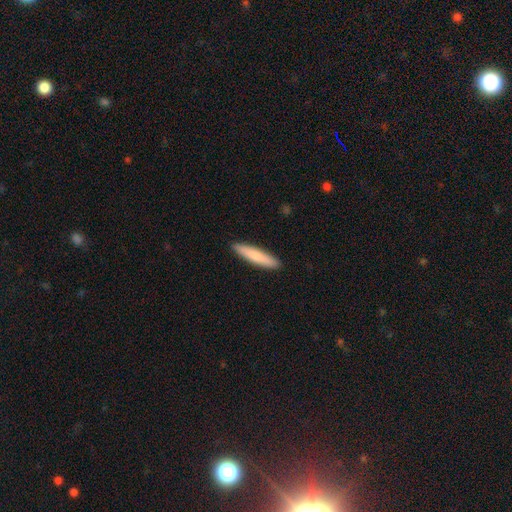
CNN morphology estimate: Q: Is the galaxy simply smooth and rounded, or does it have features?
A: smooth — 79%.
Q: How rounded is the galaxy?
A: cigar-shaped — 89%.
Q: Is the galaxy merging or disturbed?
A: none — 92%.